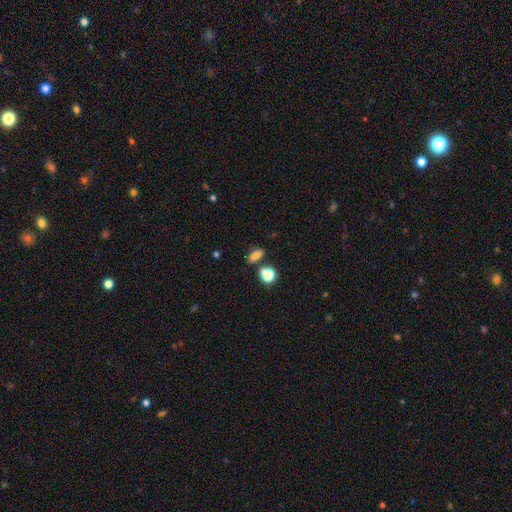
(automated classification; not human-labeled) Smooth or featured: smooth — 77% (star or artifact — 13%)
How rounded: in between — 73% (round — 17%)
Merging: none — 71% (minor disturbance — 13%)